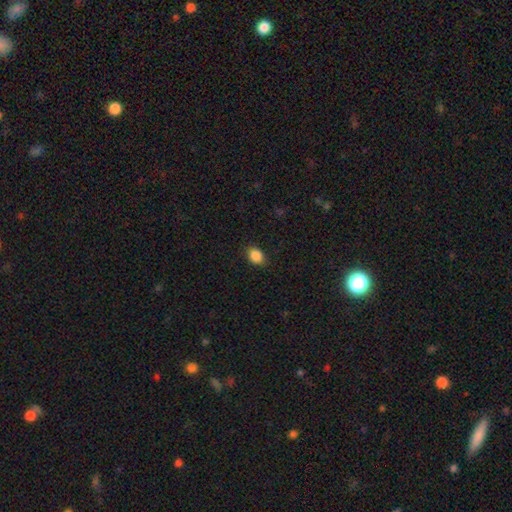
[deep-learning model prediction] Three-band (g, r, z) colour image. It shows a smooth galaxy with no disk features (87%) that is in between round and cigar-shaped (62%). Merging: none (85%).